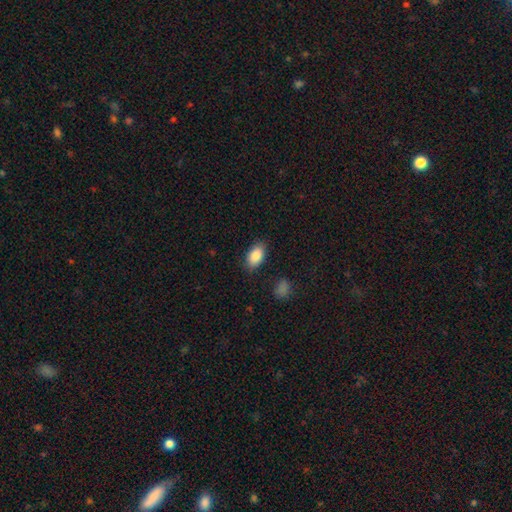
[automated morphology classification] smooth_or_featured: smooth (p=0.87) [alt: star or artifact p=0.07]
how_rounded: in between (p=0.92) [alt: round p=0.06]
merging: none (p=0.83) [alt: minor disturbance p=0.12]